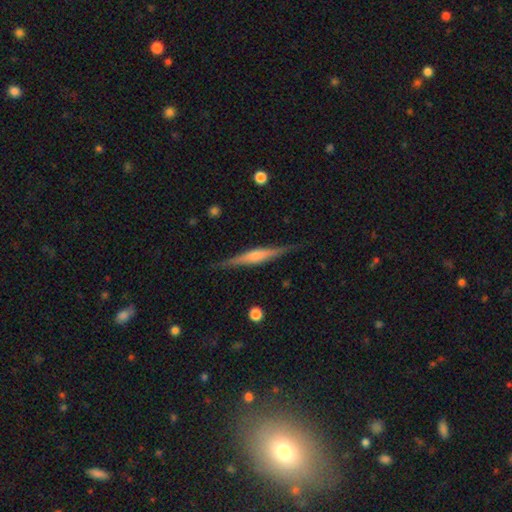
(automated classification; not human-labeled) This appears to be a featured or disk galaxy (69%) viewed edge-on (97%) with a rounded central bulge (63%). Merging: none (87%).